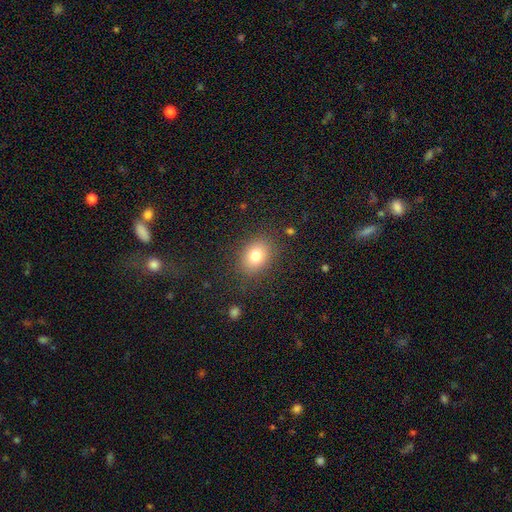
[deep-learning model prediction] Morphology: type=smooth (78%); roundness=in between (62%); merging=none (85%).